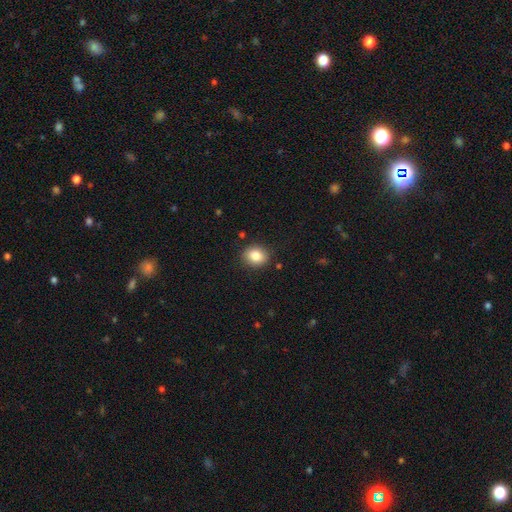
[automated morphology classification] Smooth or featured? smooth (84%)
How rounded? round (60%)
Merging? none (87%)